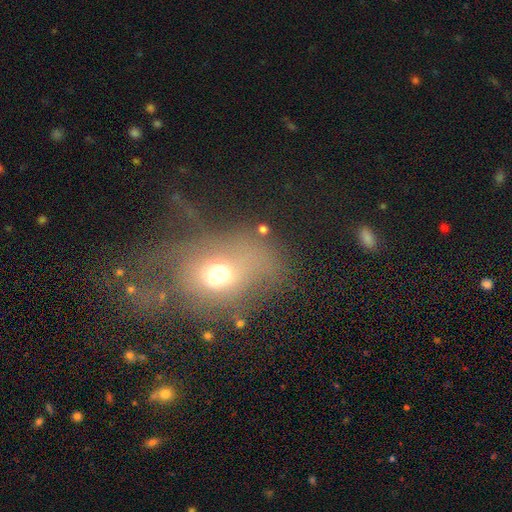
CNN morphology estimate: This is possibly a smooth galaxy (52%). How rounded: likely in between (61%). Merging: marginally major disturbance (43%).